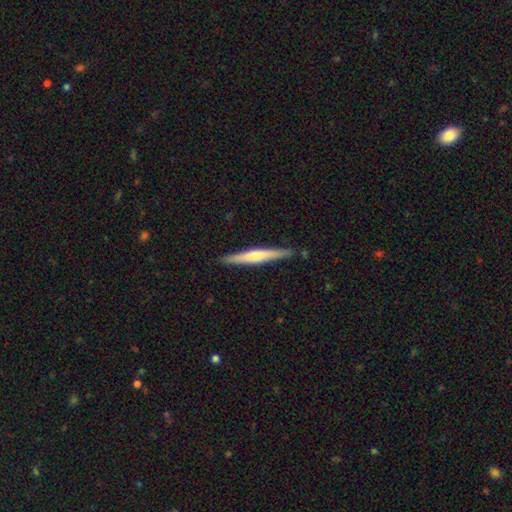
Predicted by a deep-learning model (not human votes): smooth_or_featured: featured or disk (p=0.51) [alt: smooth p=0.44]
disk_edge_on: yes (p=0.97) [alt: no p=0.03]
merging: none (p=0.89) [alt: minor disturbance p=0.08]